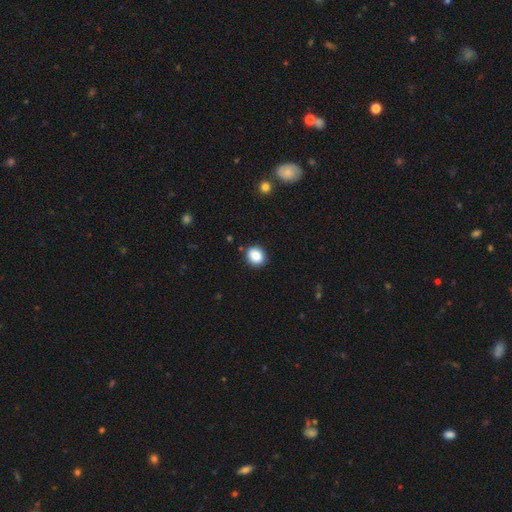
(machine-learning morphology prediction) Smooth or featured? smooth (87%)
How rounded? round (71%)
Merging? none (88%)